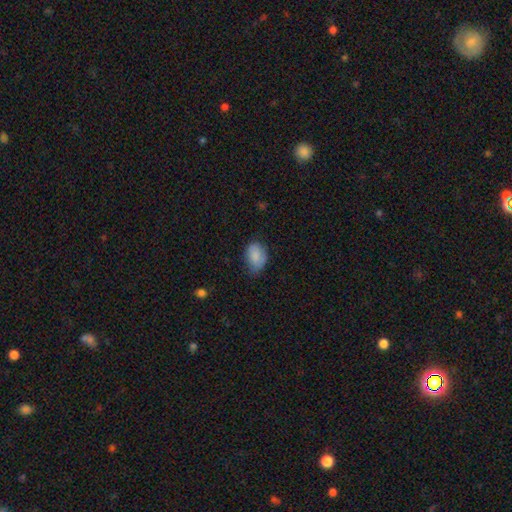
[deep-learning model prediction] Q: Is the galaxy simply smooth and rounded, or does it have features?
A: smooth — 85%.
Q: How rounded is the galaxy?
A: in between — 80%.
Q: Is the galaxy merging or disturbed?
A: none — 57%.